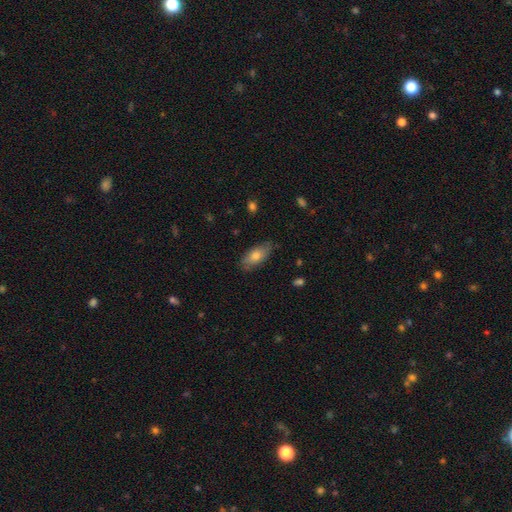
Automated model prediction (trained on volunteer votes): Morphology: type=smooth (72%); roundness=in between (84%); merging=none (79%).